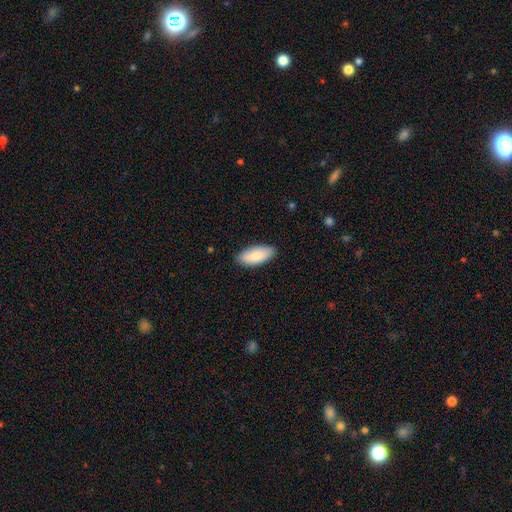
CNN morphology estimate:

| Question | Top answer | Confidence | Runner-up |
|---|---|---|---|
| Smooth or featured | smooth | 85% | featured or disk (9%) |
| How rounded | in between | 88% | cigar-shaped (10%) |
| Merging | none | 87% | minor disturbance (10%) |